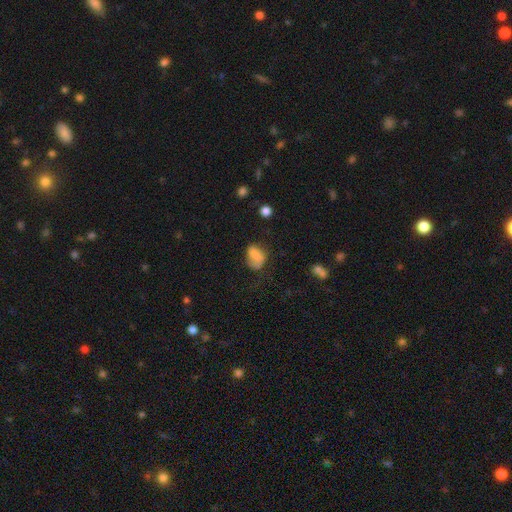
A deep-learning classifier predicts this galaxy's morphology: Overall: smooth (75%). How rounded: in between (80%). Merging: none (40%; minor disturbance 32%).